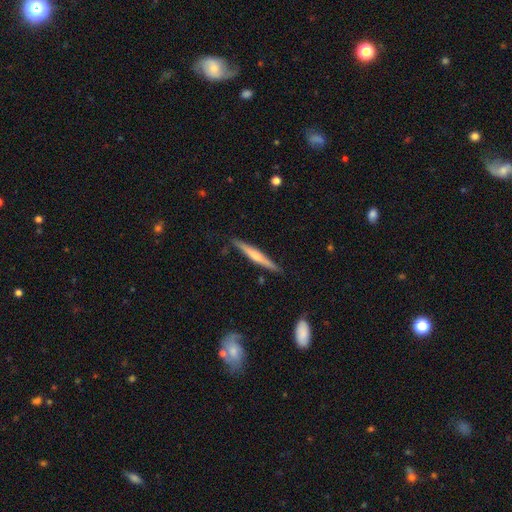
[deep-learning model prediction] Smooth or featured? Predicted: featured or disk (p=0.52). Edge-on disk? Predicted: yes (p=0.97). Edge-on bulge? Predicted: rounded (p=0.48). Merging? Predicted: none (p=0.88).